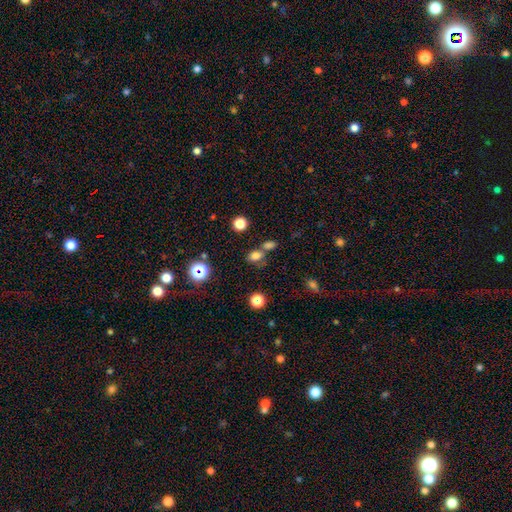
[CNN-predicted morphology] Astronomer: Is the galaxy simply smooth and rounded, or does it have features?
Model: smooth — 72%.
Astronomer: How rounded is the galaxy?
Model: in between — 68%.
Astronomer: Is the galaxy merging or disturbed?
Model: none — 51% (runner-up: merger, 30%).